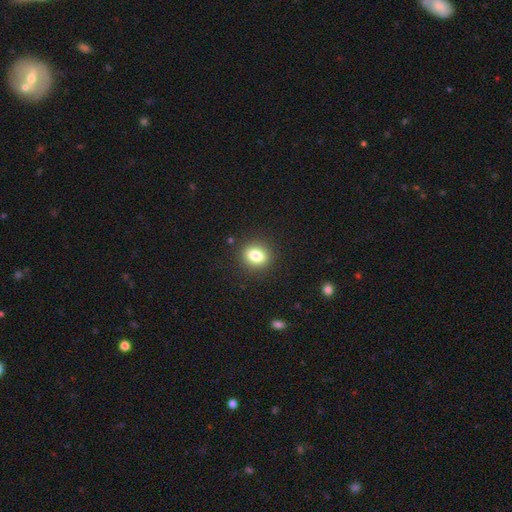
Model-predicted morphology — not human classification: This appears to be a smooth galaxy with no disk features (80%) that is in between round and cigar-shaped (54%). Merging: none (88%).